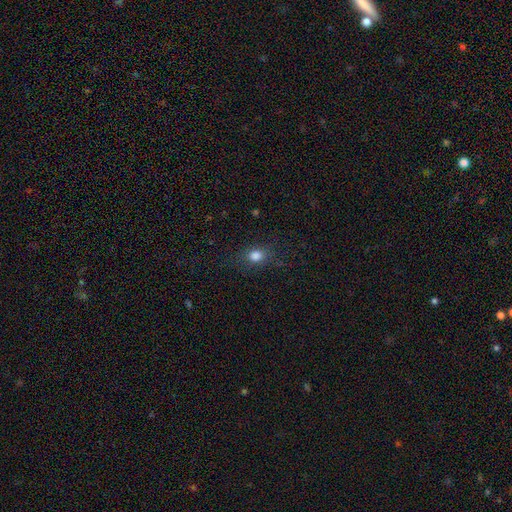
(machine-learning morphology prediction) Q: Smooth or featured?
A: smooth (81%); runner-up: star or artifact (12%)
Q: How rounded?
A: in between (54%); runner-up: round (44%)
Q: Merging?
A: none (79%); runner-up: minor disturbance (14%)